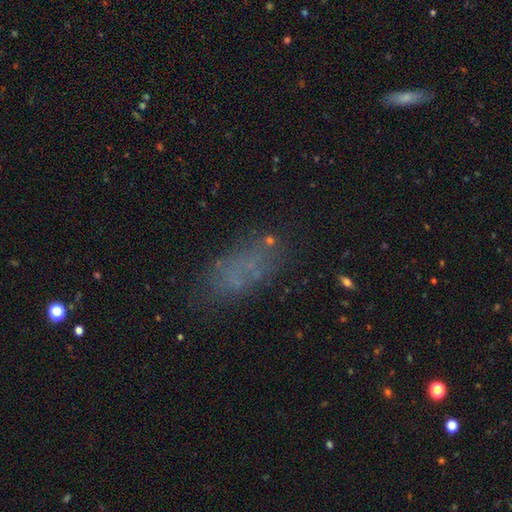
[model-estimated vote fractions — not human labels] Smooth or featured? smooth (57%)
How rounded? in between (81%)
Merging? none (66%)